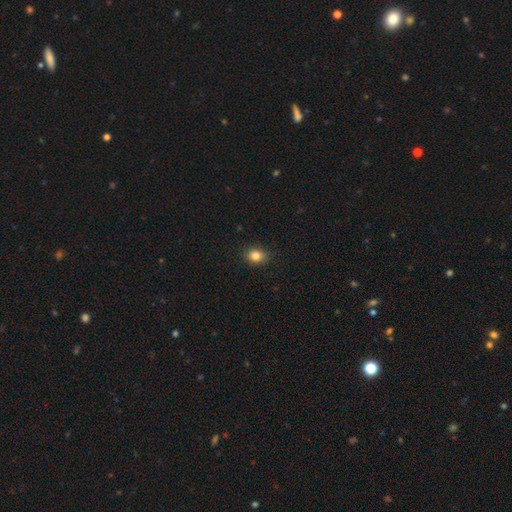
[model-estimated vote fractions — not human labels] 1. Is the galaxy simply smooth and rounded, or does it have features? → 84% smooth, 11% star or artifact, 6% featured or disk.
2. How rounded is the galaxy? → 53% round, 46% in between, 1% cigar-shaped.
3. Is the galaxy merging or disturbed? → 87% none, 10% minor disturbance, 2% major disturbance, 1% merger.